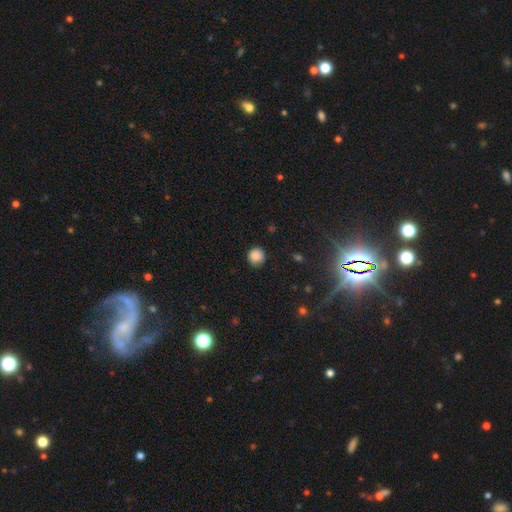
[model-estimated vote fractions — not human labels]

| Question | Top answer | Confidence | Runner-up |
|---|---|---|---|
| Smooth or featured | smooth | 87% | star or artifact (10%) |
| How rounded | round | 92% | in between (7%) |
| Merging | none | 81% | minor disturbance (14%) |